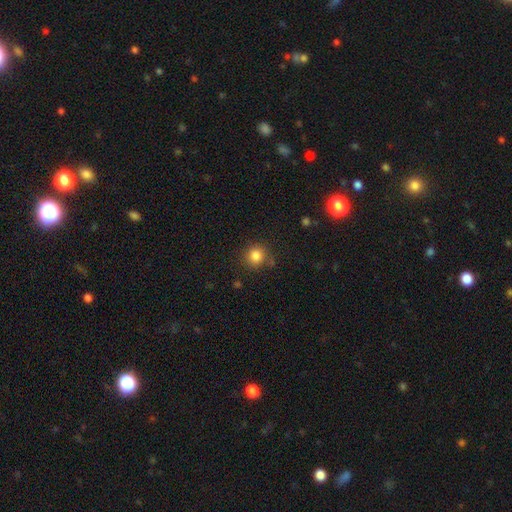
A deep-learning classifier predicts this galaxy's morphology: Q: Smooth or featured?
A: smooth (83%); runner-up: star or artifact (12%)
Q: How rounded?
A: round (89%); runner-up: in between (10%)
Q: Merging?
A: none (83%); runner-up: minor disturbance (10%)